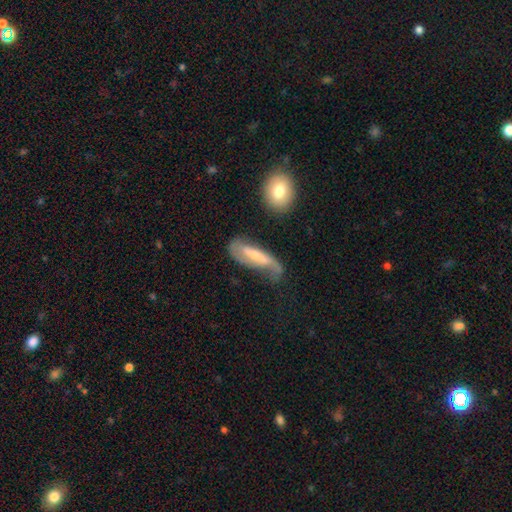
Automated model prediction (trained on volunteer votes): smooth_or_featured: featured or disk (p=0.56) [alt: smooth p=0.37]
disk_edge_on: no (p=0.80) [alt: yes p=0.20]
merging: none (p=0.36) [alt: minor disturbance p=0.30]